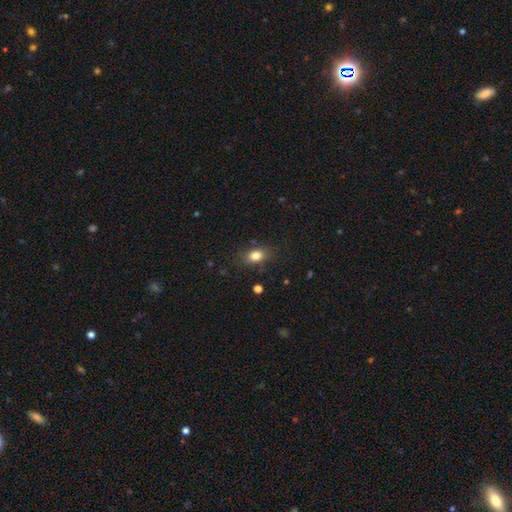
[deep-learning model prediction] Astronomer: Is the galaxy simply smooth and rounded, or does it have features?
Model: smooth — 82%.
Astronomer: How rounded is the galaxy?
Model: in between — 73%.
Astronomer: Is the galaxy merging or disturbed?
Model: none — 81%.